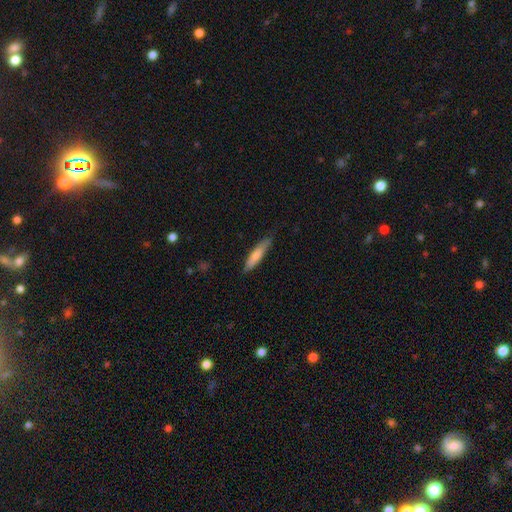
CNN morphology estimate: A smooth galaxy with no disk features (75%) that is cigar-shaped (82%). Merging: none (79%).